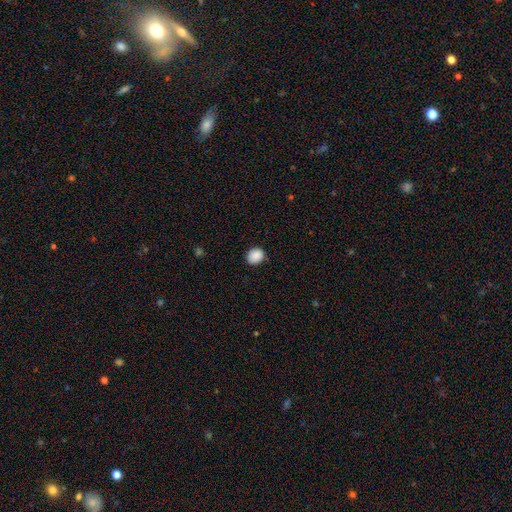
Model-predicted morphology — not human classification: The model was most divided on "how rounded": round: 66%, in between: 33%, cigar-shaped: 1%. More confident: smooth or featured — smooth (89%); merging — none (86%).